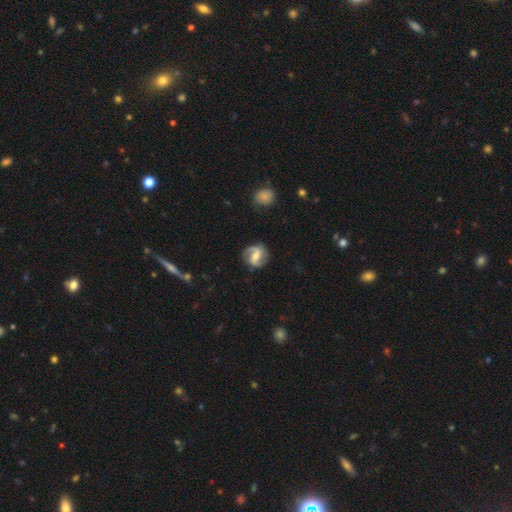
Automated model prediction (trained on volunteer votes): Smooth or featured?
  - featured or disk: 79% *
  - smooth: 16%
  - star or artifact: 6%
Edge-on disk?
  - no: 97% *
  - yes: 3%
Bar?
  - weak: 45% *
  - strong: 34%
  - no: 21%
Spiral arms?
  - yes: 94% *
  - no: 6%
Spiral winding?
  - medium: 46% *
  - loose: 35%
  - tight: 19%
Spiral arm count?
  - 2: 89% *
  - can't tell: 4%
  - 1: 3%
  - 3: 2%
  - 4: 1%
  - more than 4: 1%
Bulge size?
  - moderate: 55% *
  - small: 33%
  - large: 6%
  - none: 5%
  - dominant: 1%
Merging?
  - none: 81% *
  - minor disturbance: 13%
  - major disturbance: 5%
  - merger: 2%